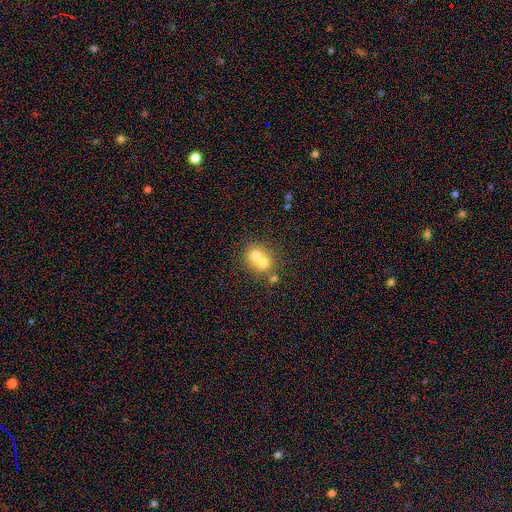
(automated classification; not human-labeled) Q: Smooth or featured?
A: smooth (64%); runner-up: featured or disk (24%)
Q: How rounded?
A: round (76%); runner-up: in between (23%)
Q: Merging?
A: merger (66%); runner-up: none (26%)